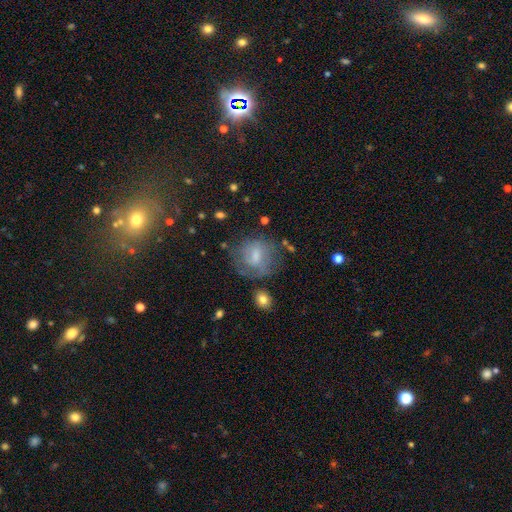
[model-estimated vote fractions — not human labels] Smooth or featured? smooth (53%)
How rounded? round (69%)
Merging? none (55%)